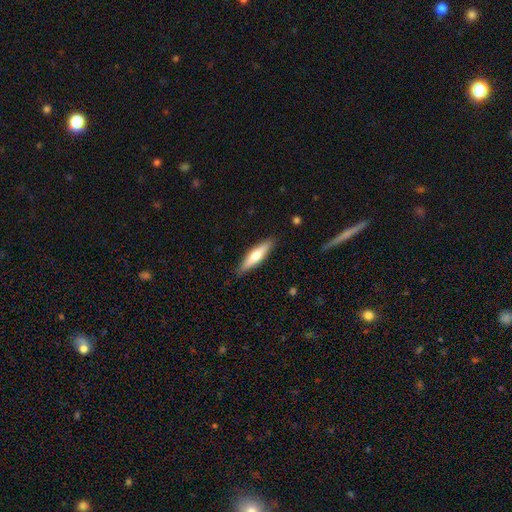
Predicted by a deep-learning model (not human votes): Smooth or featured? smooth (60%)
How rounded? cigar-shaped (81%)
Merging? none (88%)